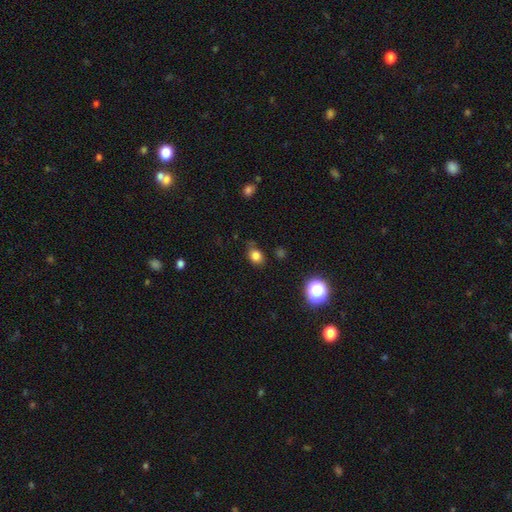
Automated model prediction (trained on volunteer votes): This is clearly a smooth galaxy (81%). How rounded: possibly in between (51%). Merging: likely none (72%).